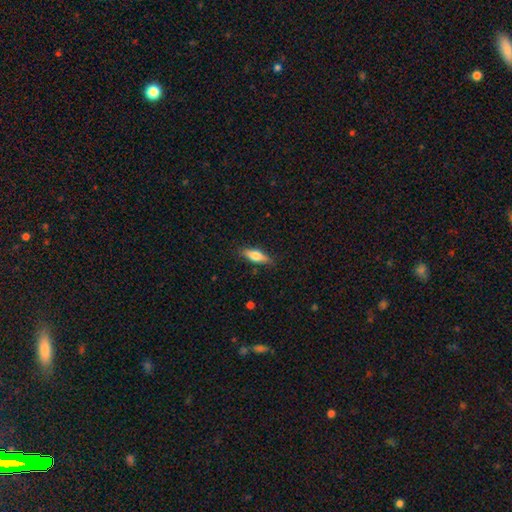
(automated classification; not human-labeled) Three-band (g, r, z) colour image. It shows a smooth galaxy with no disk features (68%) that is in between round and cigar-shaped (58%). Merging: none (83%).